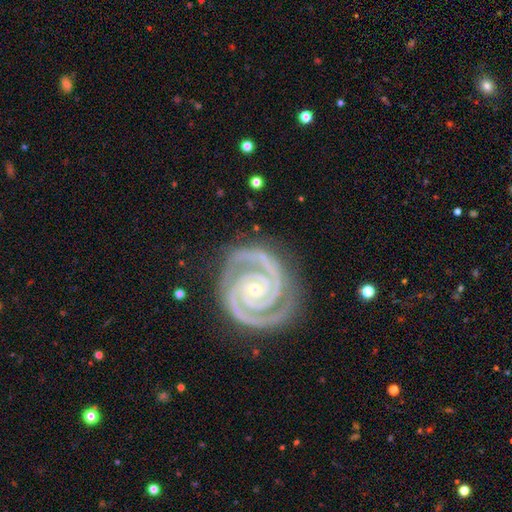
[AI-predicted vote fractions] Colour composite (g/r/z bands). It shows a featured or disk galaxy (94%) with no bar (69%), 2 (82%) tight (84%) spiral arms (99%) and a small central bulge (80%). Merging: none (81%).